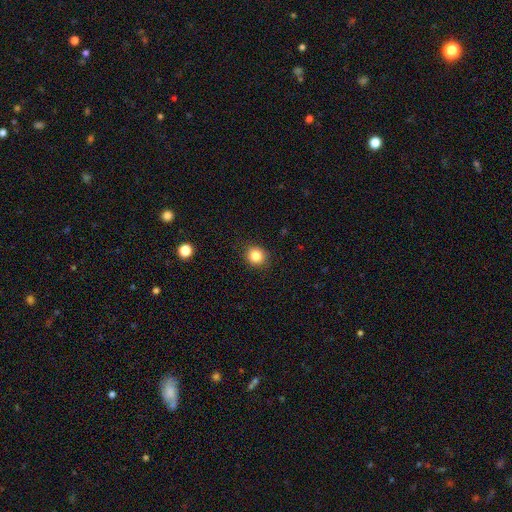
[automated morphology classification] A smooth galaxy with no disk features (84%) that is round (87%). Merging: none (90%).